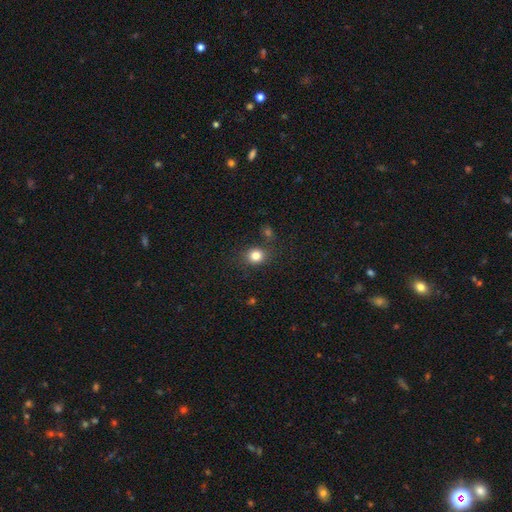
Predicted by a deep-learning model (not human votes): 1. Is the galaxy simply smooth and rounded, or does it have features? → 82% smooth, 12% star or artifact, 6% featured or disk.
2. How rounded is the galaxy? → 75% round, 24% in between, 1% cigar-shaped.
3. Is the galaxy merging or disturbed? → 80% none, 11% minor disturbance, 5% merger, 4% major disturbance.